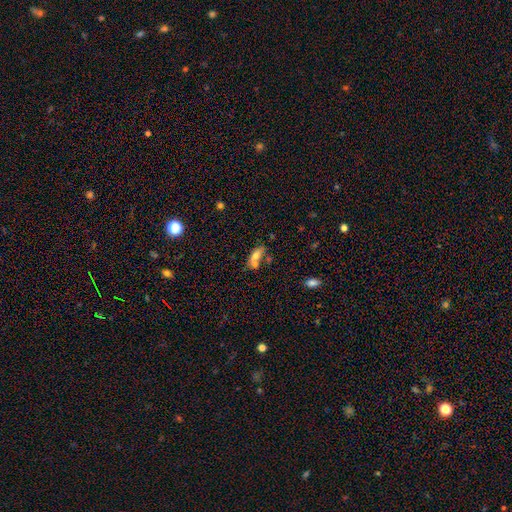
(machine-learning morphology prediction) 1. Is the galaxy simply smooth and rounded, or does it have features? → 65% smooth, 26% featured or disk, 10% star or artifact.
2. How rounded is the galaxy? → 74% in between, 20% cigar-shaped, 5% round.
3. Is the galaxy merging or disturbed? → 41% merger, 39% none, 14% minor disturbance, 6% major disturbance.